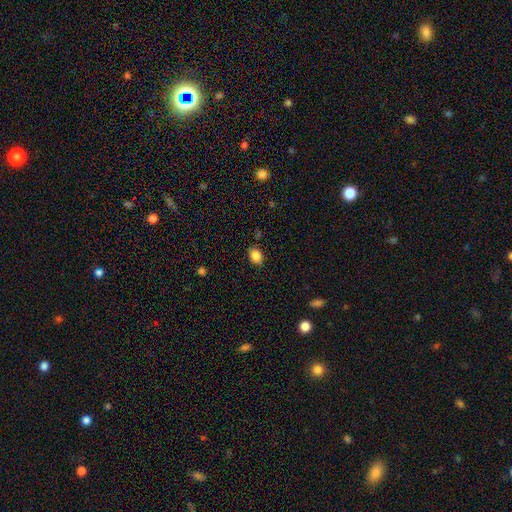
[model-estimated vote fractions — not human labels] Smooth or featured? Predicted: smooth (p=0.86). How rounded? Predicted: in between (p=0.72). Merging? Predicted: none (p=0.83).